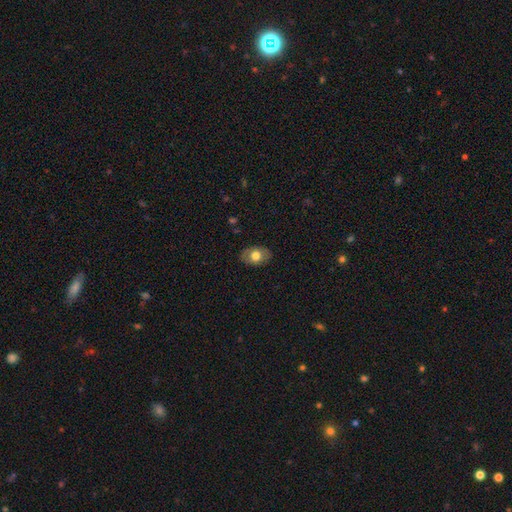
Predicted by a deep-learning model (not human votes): Smooth or featured? Predicted: smooth (p=0.70). How rounded? Predicted: in between (p=0.80). Merging? Predicted: none (p=0.85).